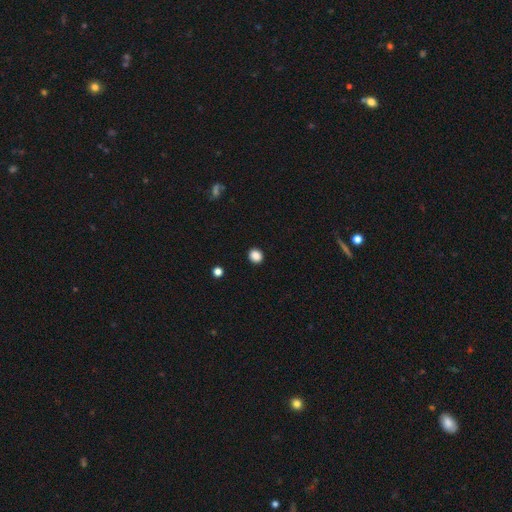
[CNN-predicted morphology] Smooth or featured: smooth — 87% (star or artifact — 10%)
How rounded: round — 81% (in between — 18%)
Merging: none — 92% (minor disturbance — 5%)